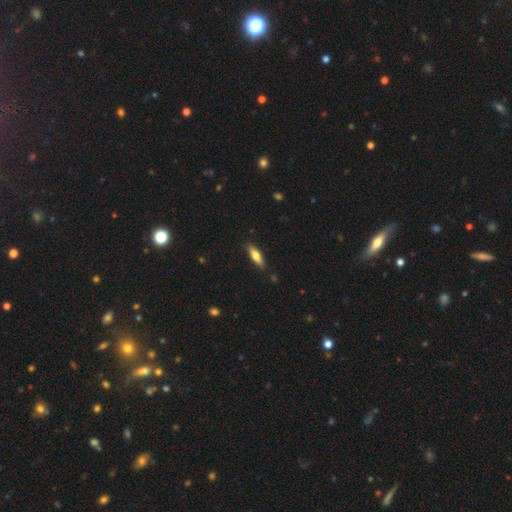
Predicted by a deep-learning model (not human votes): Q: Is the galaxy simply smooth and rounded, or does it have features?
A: smooth — 68%.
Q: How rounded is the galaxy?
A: cigar-shaped — 52%.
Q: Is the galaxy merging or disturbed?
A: none — 85%.